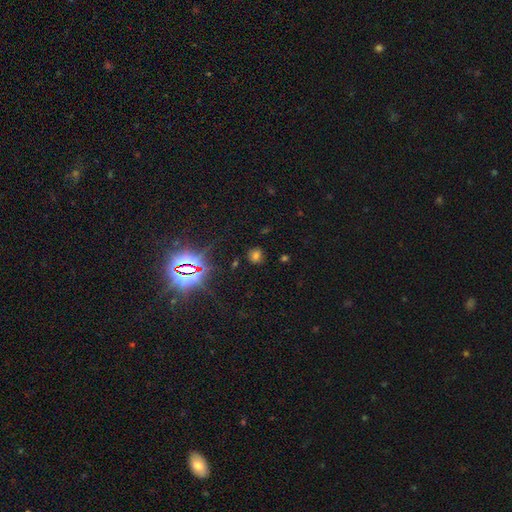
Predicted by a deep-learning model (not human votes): Q: Smooth or featured?
A: smooth (59%); runner-up: star or artifact (32%)
Q: How rounded?
A: round (77%); runner-up: in between (21%)
Q: Merging?
A: none (84%); runner-up: minor disturbance (10%)